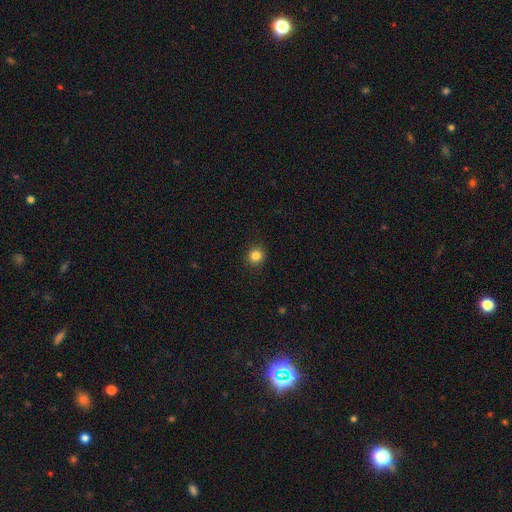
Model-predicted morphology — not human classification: smooth_or_featured: smooth (p=0.84) [alt: star or artifact p=0.11]
how_rounded: round (p=0.90) [alt: in between p=0.09]
merging: none (p=0.91) [alt: minor disturbance p=0.06]